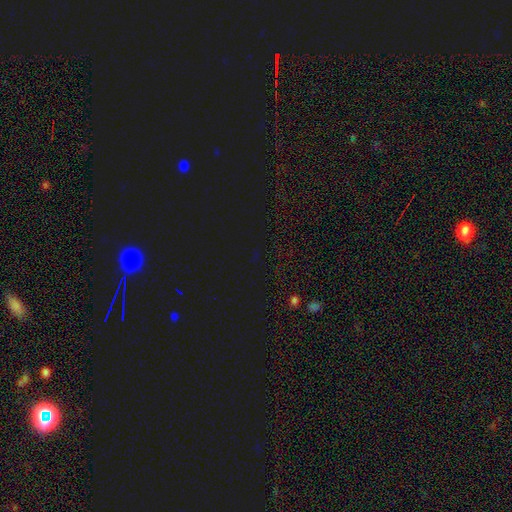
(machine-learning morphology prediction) smooth-or-featured: star or artifact: 79% | smooth: 15% | featured or disk: 6%